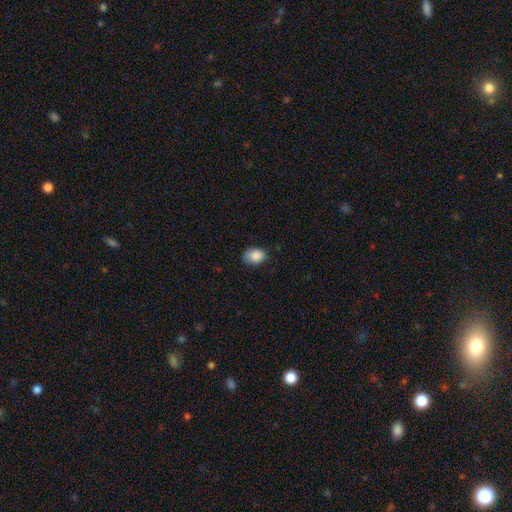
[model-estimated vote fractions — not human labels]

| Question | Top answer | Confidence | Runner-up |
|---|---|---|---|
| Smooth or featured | smooth | 87% | star or artifact (8%) |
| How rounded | in between | 81% | round (18%) |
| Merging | none | 79% | minor disturbance (18%) |